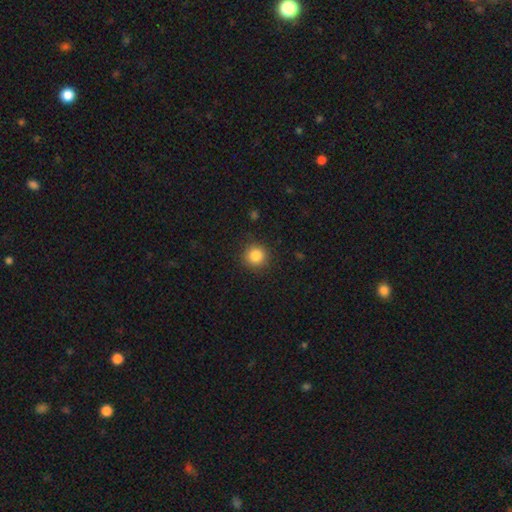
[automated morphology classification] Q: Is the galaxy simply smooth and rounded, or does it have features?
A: smooth — 85%.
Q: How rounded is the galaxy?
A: round — 94%.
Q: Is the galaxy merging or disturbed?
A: none — 90%.